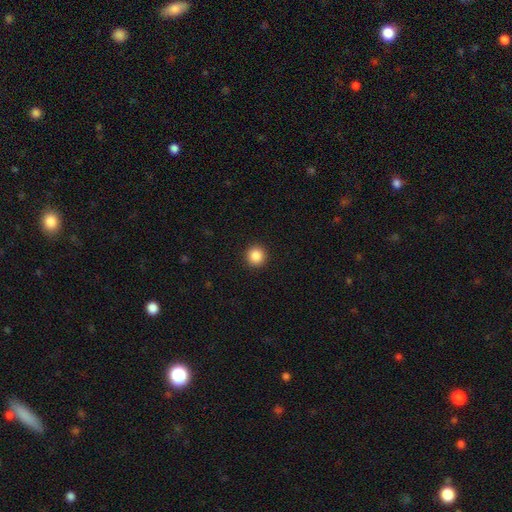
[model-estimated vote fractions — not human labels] This is clearly a smooth galaxy (87%). How rounded: clearly round (94%). Merging: clearly none (93%).